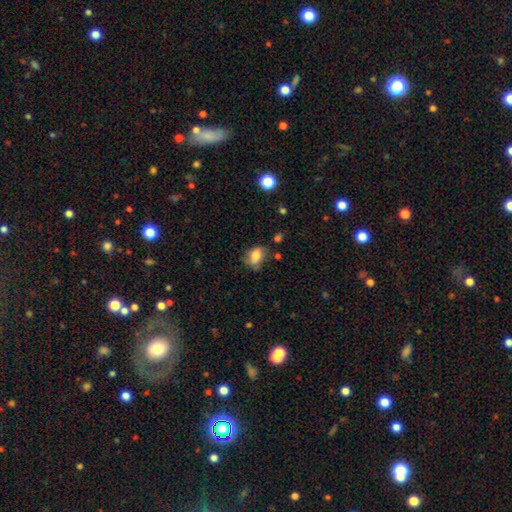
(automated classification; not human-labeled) smooth_or_featured: smooth (p=0.72) [alt: featured or disk p=0.18]
how_rounded: in between (p=0.70) [alt: round p=0.28]
merging: none (p=0.53) [alt: minor disturbance p=0.30]